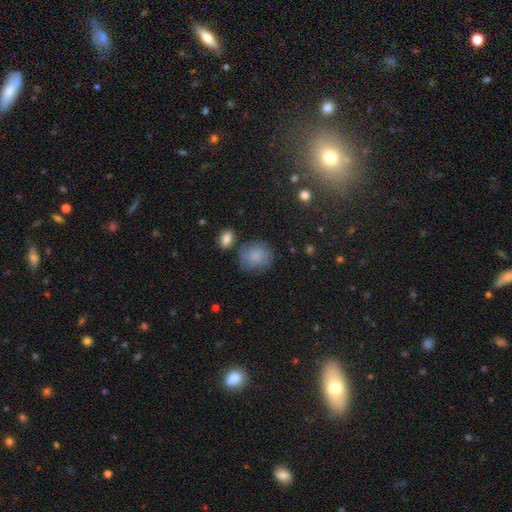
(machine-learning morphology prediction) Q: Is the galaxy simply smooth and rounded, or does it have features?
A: smooth — 78%.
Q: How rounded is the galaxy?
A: round — 70%.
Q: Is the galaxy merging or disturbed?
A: none — 65%.